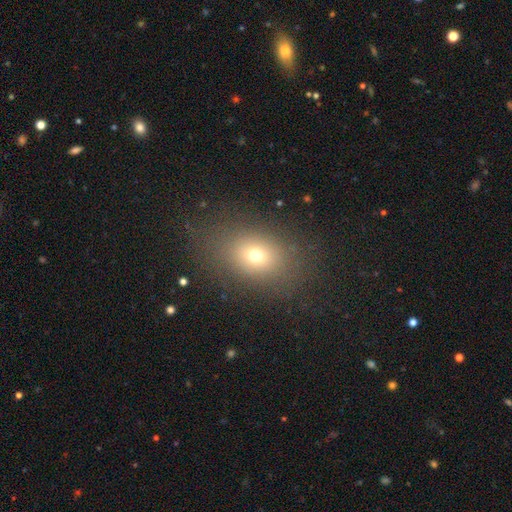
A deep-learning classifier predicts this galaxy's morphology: smooth-or-featured: smooth: 68% | star or artifact: 18% | featured or disk: 14%
  how-rounded: in between: 63% | round: 36% | cigar-shaped: 2%
  merging: none: 79% | minor disturbance: 12% | major disturbance: 7% | merger: 1%